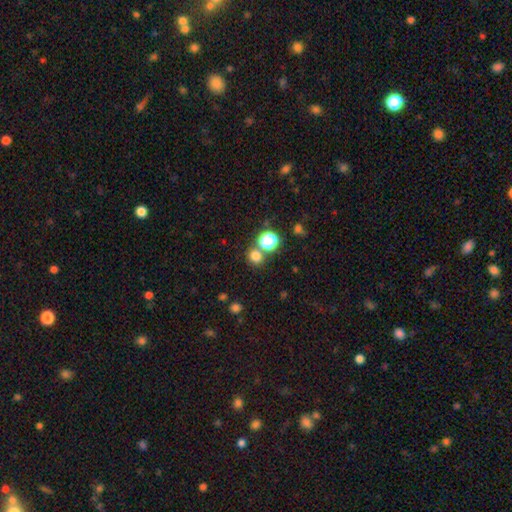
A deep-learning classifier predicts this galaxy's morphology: Smooth or featured?
  - smooth: 73% *
  - star or artifact: 22%
  - featured or disk: 6%
How rounded?
  - round: 82% *
  - in between: 17%
  - cigar-shaped: 1%
Merging?
  - none: 73% *
  - merger: 16%
  - minor disturbance: 8%
  - major disturbance: 4%